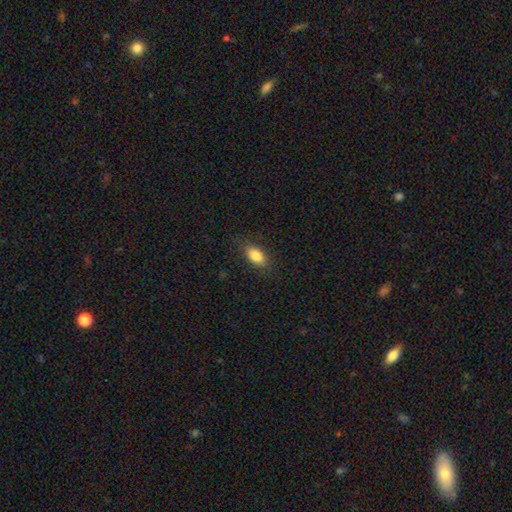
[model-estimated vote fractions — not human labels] smooth-or-featured: smooth: 86% | star or artifact: 8% | featured or disk: 7%
  how-rounded: in between: 88% | round: 6% | cigar-shaped: 5%
  merging: none: 84% | minor disturbance: 11% | major disturbance: 3% | merger: 1%